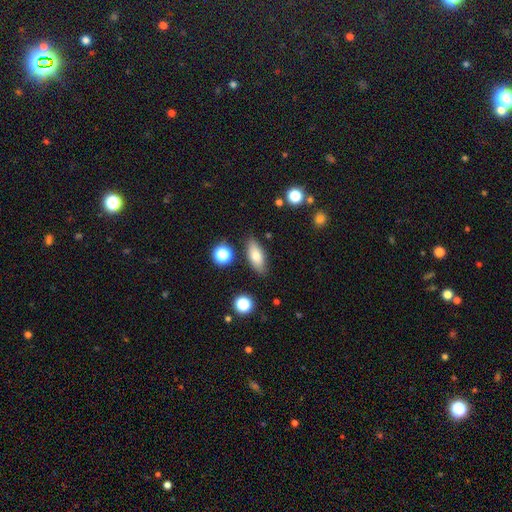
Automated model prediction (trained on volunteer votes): Smooth or featured: smooth — 73% (featured or disk — 18%)
How rounded: in between — 76% (cigar-shaped — 19%)
Merging: none — 83% (minor disturbance — 11%)